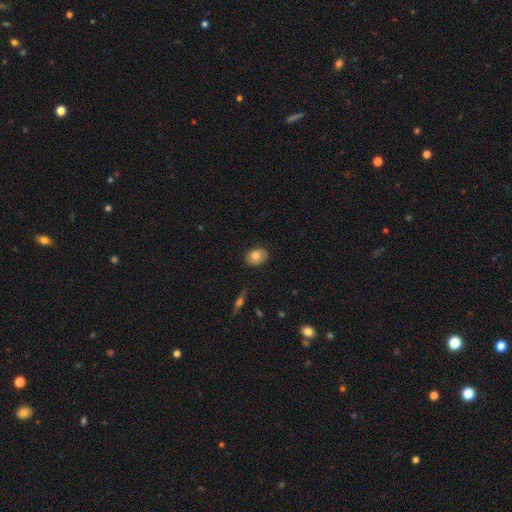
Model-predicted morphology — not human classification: This appears to be a smooth galaxy with no disk features (76%) that is in between round and cigar-shaped (70%). Merging: none (83%).